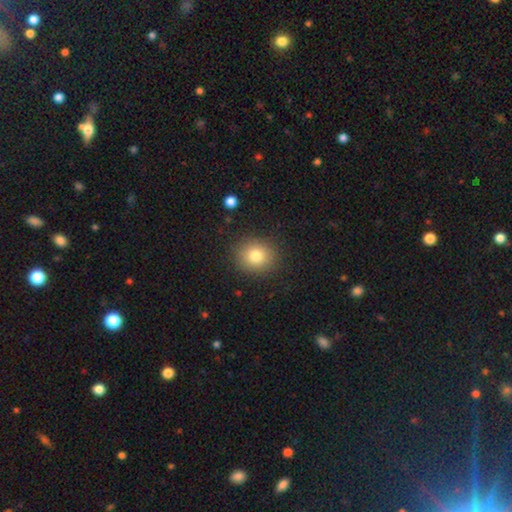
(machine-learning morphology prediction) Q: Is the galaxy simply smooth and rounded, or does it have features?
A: smooth — 80%.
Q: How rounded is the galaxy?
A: round — 79%.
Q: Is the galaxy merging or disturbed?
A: none — 88%.